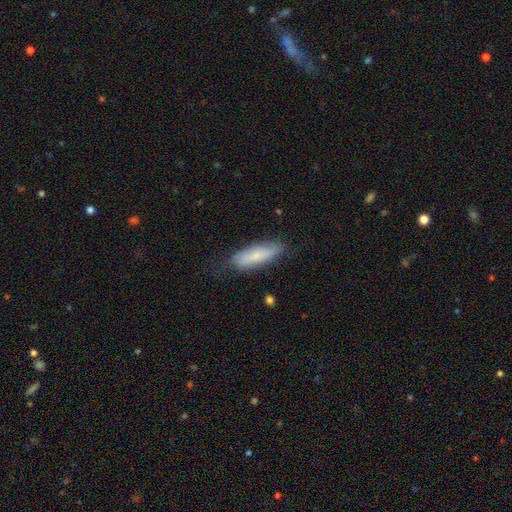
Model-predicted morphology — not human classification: Smooth or featured?
  - smooth: 72% *
  - featured or disk: 22%
  - star or artifact: 6%
How rounded?
  - cigar-shaped: 51% *
  - in between: 47%
  - round: 2%
Merging?
  - none: 71% *
  - minor disturbance: 22%
  - major disturbance: 5%
  - merger: 1%